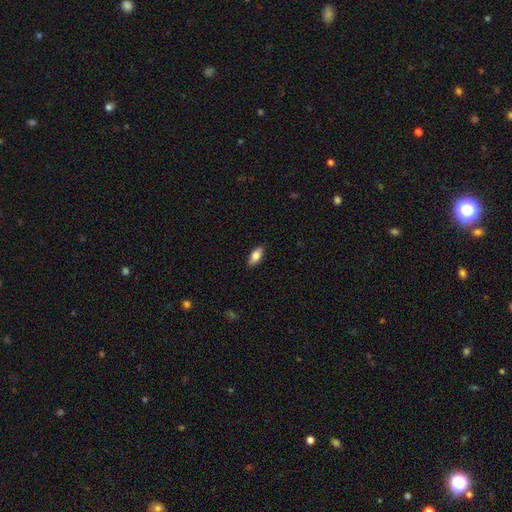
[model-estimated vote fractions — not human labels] A smooth galaxy with no disk features (80%) that is in between round and cigar-shaped (88%). Merging: none (88%).